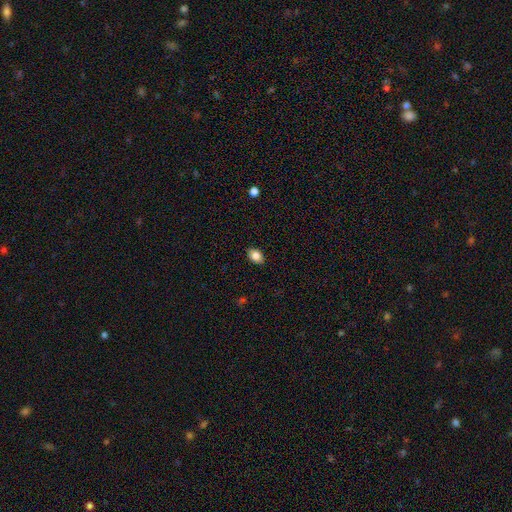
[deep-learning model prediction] Morphology: type=smooth (83%); roundness=in between (80%); merging=none (89%).